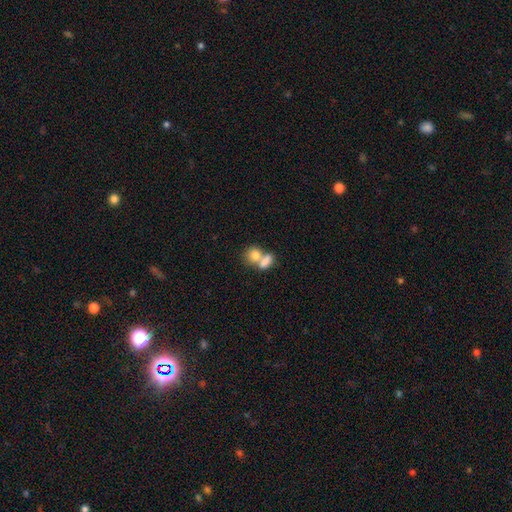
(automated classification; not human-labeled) smooth 79%, featured or disk 13%, star or artifact 8%. Down the decision tree: how rounded — round (50%); merging — merger (62%).